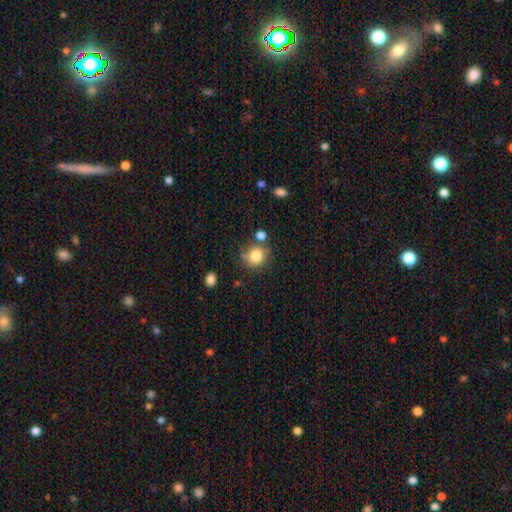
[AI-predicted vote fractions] A smooth galaxy with no disk features (83%) that is round (81%).

Vote fractions:
- Smooth or featured? smooth: 83% / star or artifact: 10% / featured or disk: 7%
- How rounded? round: 81% / in between: 18% / cigar-shaped: 1%
- Merging? none: 67% / minor disturbance: 16% / merger: 12% / major disturbance: 5%